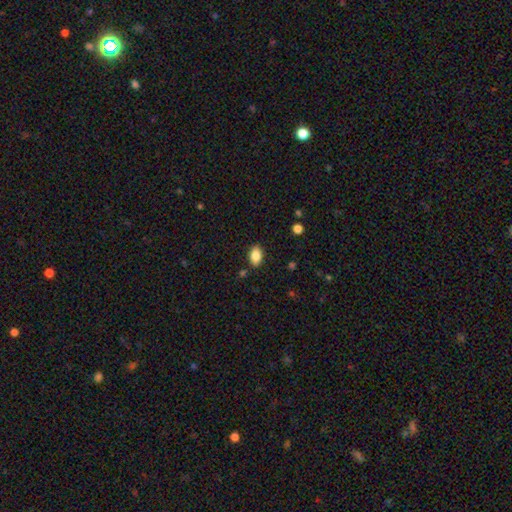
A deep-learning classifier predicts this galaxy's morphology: Smooth or featured: smooth — 85% (star or artifact — 8%)
How rounded: in between — 89% (round — 9%)
Merging: none — 86% (minor disturbance — 10%)